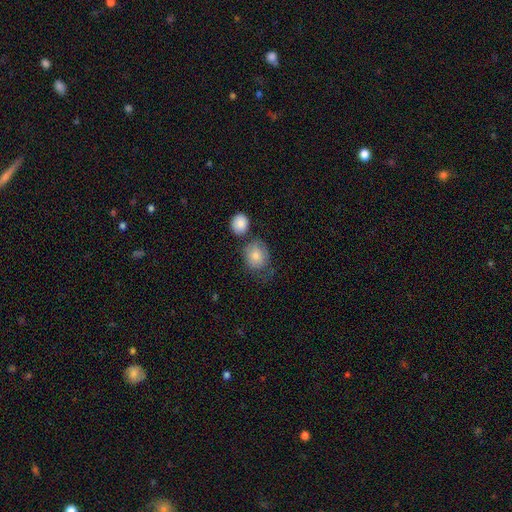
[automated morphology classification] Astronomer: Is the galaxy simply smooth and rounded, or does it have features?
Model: smooth — 78%.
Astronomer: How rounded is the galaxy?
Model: round — 68%.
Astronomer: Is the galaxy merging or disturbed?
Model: none — 49%.